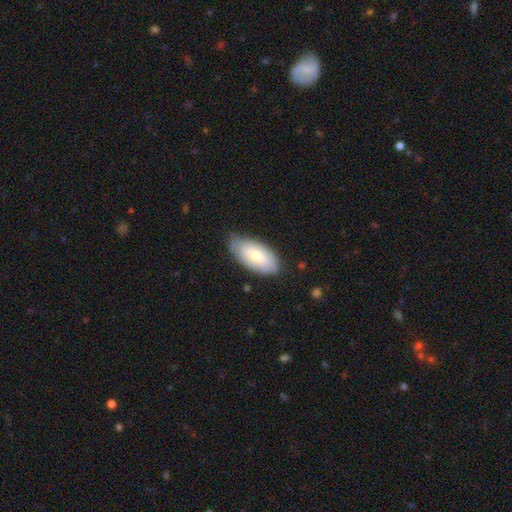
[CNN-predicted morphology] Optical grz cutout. It shows a smooth galaxy with no disk features (64%) that is in between round and cigar-shaped (93%). Merging: none (72%).